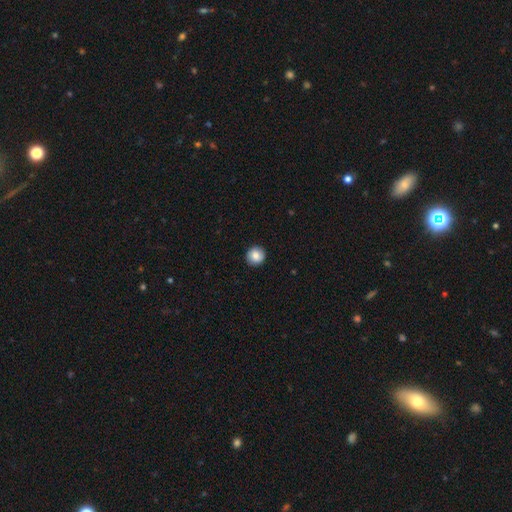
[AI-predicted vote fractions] A smooth galaxy with no disk features (80%) that is round (93%). Merging: none (91%).